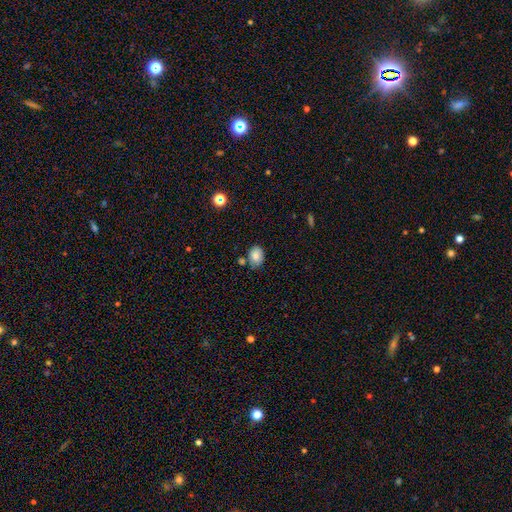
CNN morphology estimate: smooth_or_featured: smooth (p=0.81) [alt: star or artifact p=0.10]
how_rounded: in between (p=0.65) [alt: round p=0.34]
merging: none (p=0.68) [alt: minor disturbance p=0.18]